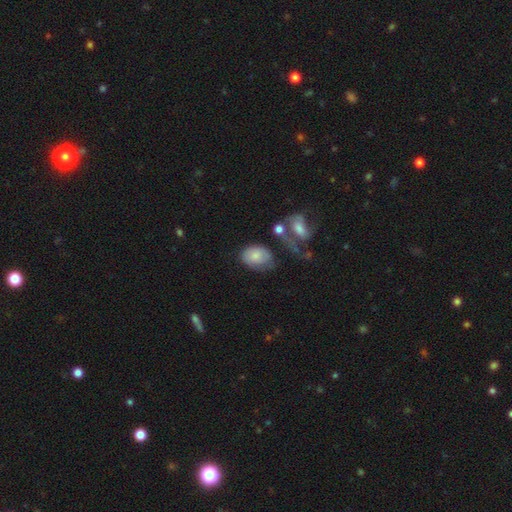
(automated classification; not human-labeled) smooth_or_featured: smooth (p=0.73) [alt: featured or disk p=0.20]
how_rounded: in between (p=0.75) [alt: round p=0.24]
merging: none (p=0.43) [alt: minor disturbance p=0.29]